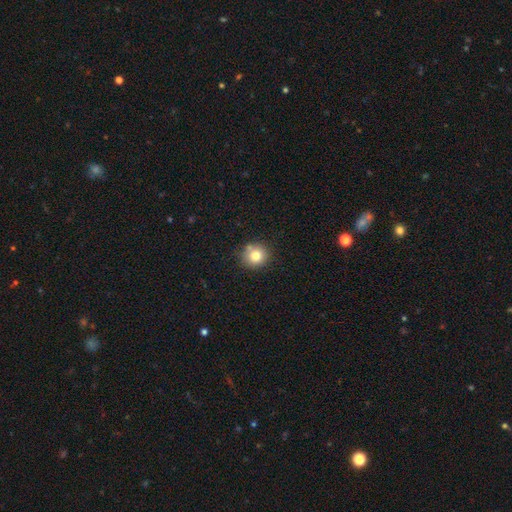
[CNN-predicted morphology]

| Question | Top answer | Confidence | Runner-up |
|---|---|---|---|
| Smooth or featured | smooth | 81% | star or artifact (11%) |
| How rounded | round | 89% | in between (10%) |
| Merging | none | 80% | minor disturbance (12%) |